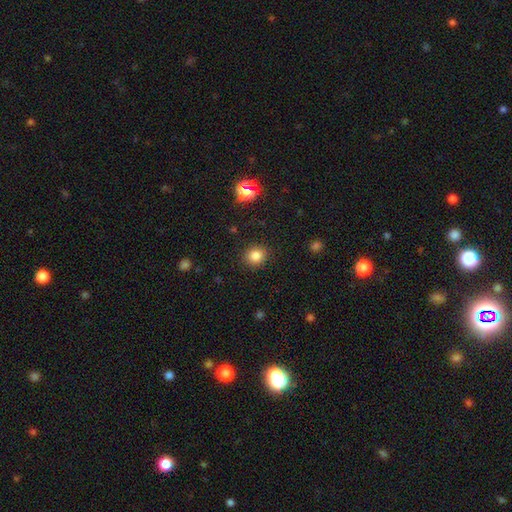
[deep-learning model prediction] This is clearly a smooth galaxy (83%). How rounded: clearly round (84%). Merging: clearly none (89%).